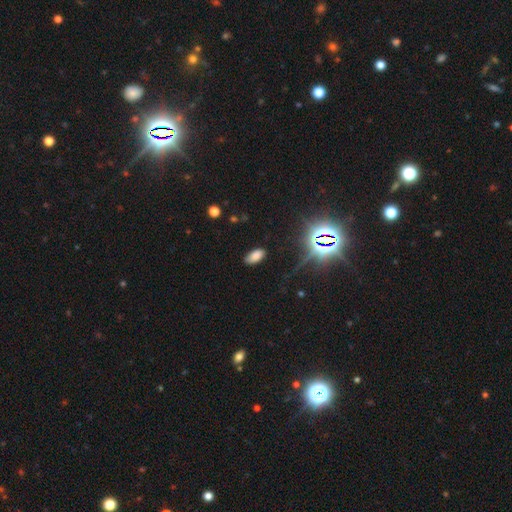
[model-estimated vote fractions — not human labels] Morphology: type=smooth (76%); roundness=in between (93%); merging=none (83%).